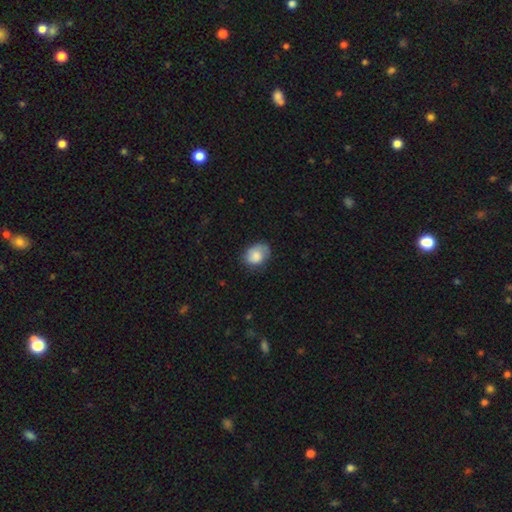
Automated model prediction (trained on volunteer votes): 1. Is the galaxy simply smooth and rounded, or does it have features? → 80% smooth, 12% featured or disk, 7% star or artifact.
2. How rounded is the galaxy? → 63% in between, 37% round, 1% cigar-shaped.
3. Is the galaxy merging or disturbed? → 62% none, 28% minor disturbance, 8% major disturbance, 1% merger.